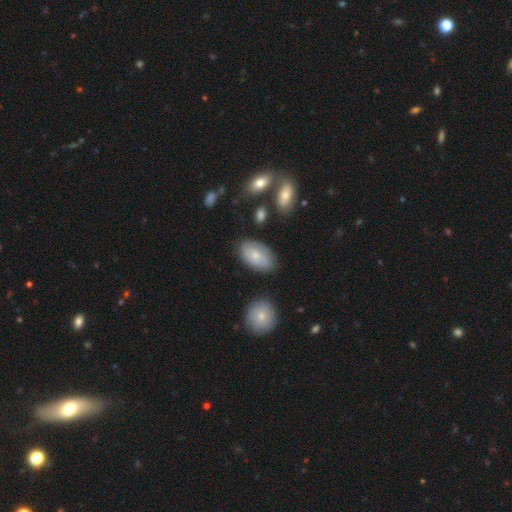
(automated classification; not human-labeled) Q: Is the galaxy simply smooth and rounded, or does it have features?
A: smooth — 61%.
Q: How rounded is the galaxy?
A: in between — 92%.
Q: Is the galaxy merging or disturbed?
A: none — 73%.